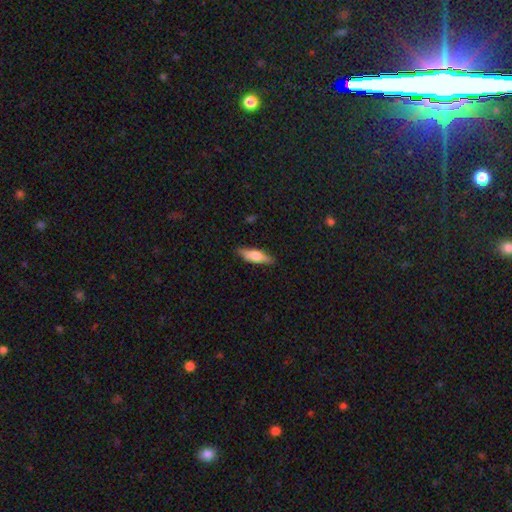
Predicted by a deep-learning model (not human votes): Smooth or featured: smooth — 60% (featured or disk — 34%)
How rounded: cigar-shaped — 55% (in between — 43%)
Merging: none — 85% (minor disturbance — 11%)